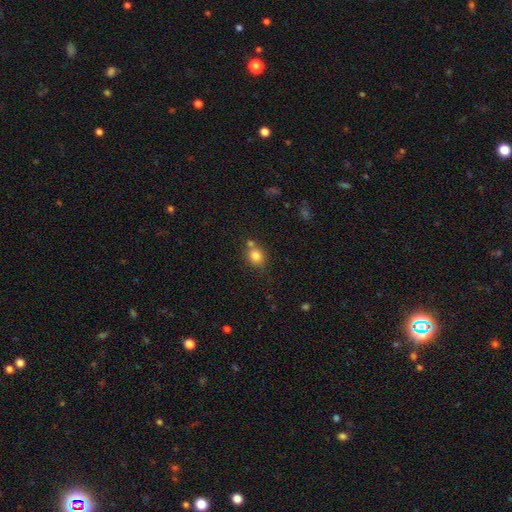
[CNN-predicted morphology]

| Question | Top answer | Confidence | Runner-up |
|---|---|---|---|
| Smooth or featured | smooth | 80% | star or artifact (11%) |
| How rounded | round | 68% | in between (31%) |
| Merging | none | 58% | merger (24%) |